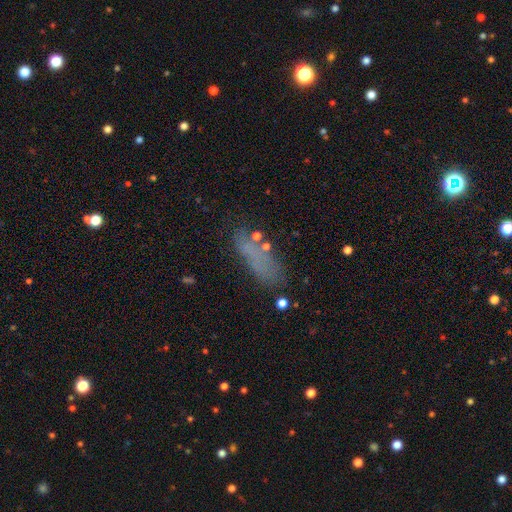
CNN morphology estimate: Smooth or featured? smooth (63%)
How rounded? cigar-shaped (49%)
Merging? none (67%)